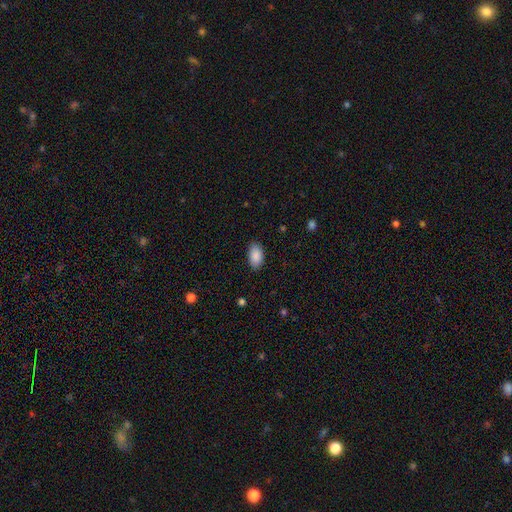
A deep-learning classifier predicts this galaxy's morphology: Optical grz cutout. It shows a smooth galaxy with no disk features (90%) that is in between round and cigar-shaped (94%). Merging: none (85%).